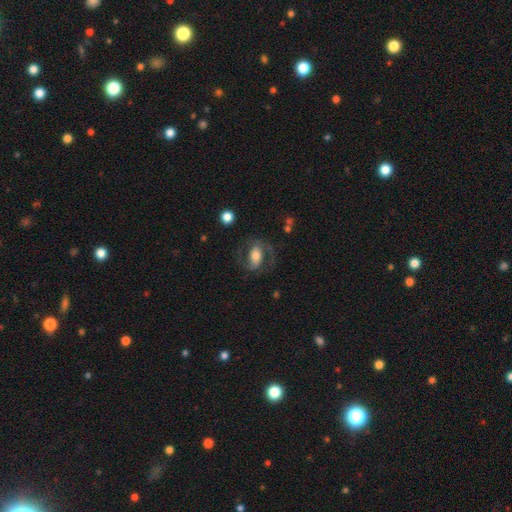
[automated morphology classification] Smooth or featured? featured or disk (71%)
Edge-on disk? no (96%)
Bar? strong (36%)
Spiral arms? yes (88%)
Spiral winding? medium (55%)
Spiral arm count? 2 (89%)
Bulge size? moderate (56%)
Merging? none (68%)